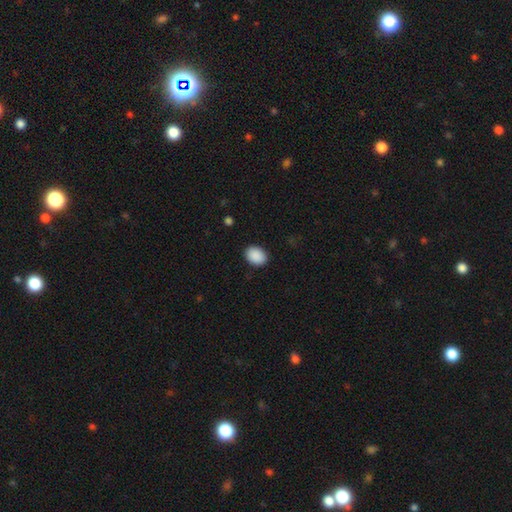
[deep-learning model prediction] This appears to be a smooth galaxy with no disk features (91%) that is in between round and cigar-shaped (68%). Merging: none (90%).